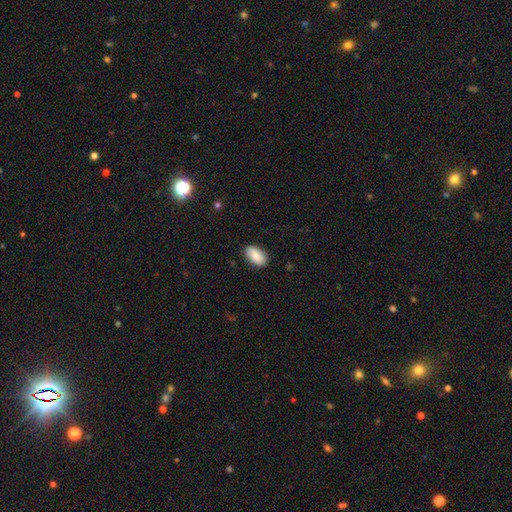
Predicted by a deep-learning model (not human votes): smooth_or_featured: smooth (p=0.79) [alt: featured or disk p=0.14]
how_rounded: in between (p=0.94) [alt: round p=0.04]
merging: none (p=0.87) [alt: minor disturbance p=0.10]